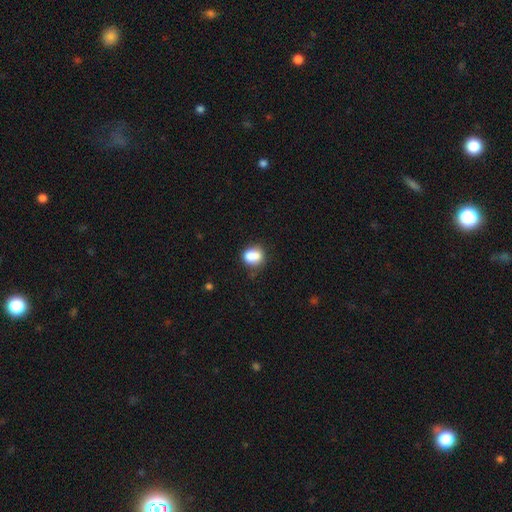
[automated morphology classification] Q: Smooth or featured?
A: smooth (74%); runner-up: featured or disk (15%)
Q: How rounded?
A: round (68%); runner-up: in between (31%)
Q: Merging?
A: none (46%); runner-up: merger (31%)